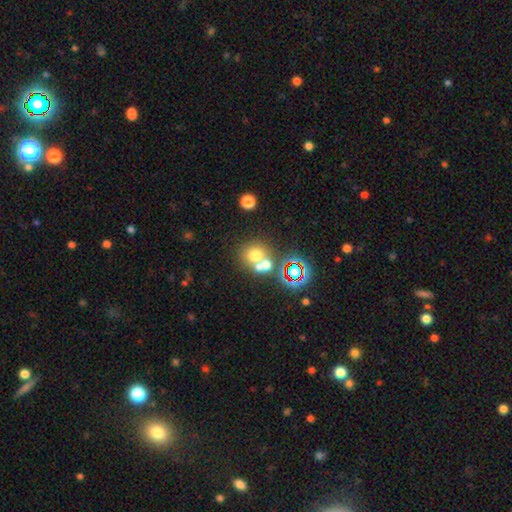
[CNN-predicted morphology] Smooth or featured? Predicted: smooth (p=0.62). How rounded? Predicted: round (p=0.81). Merging? Predicted: none (p=0.45).